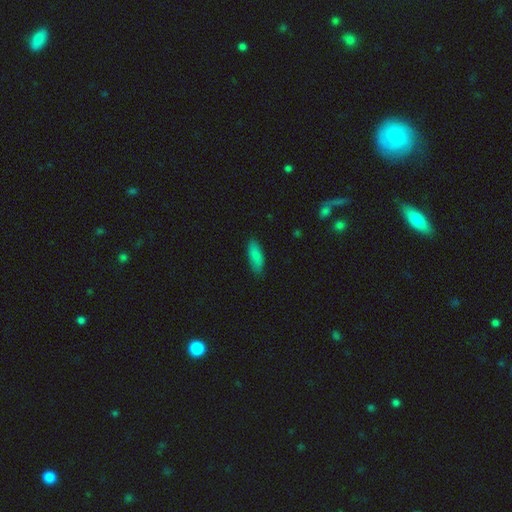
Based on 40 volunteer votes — A smooth galaxy with no disk features (75%) that is in between round and cigar-shaped (50%, tied with cigar-shaped). Merging: none (86%).